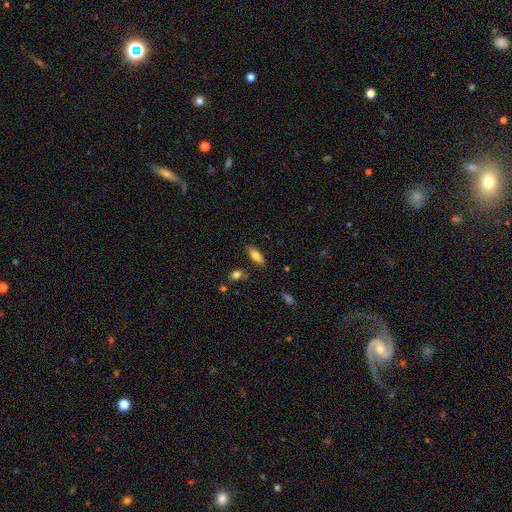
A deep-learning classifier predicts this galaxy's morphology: Smooth or featured: smooth — 79% (featured or disk — 13%)
How rounded: in between — 73% (cigar-shaped — 25%)
Merging: none — 82% (minor disturbance — 12%)